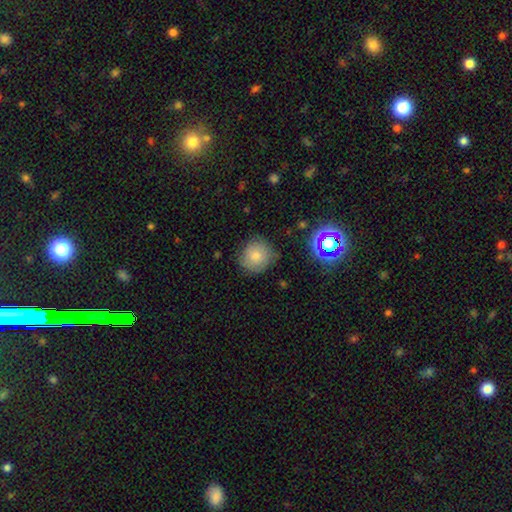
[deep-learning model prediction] Smooth or featured? Predicted: smooth (p=0.76). How rounded? Predicted: round (p=0.90). Merging? Predicted: none (p=0.76).